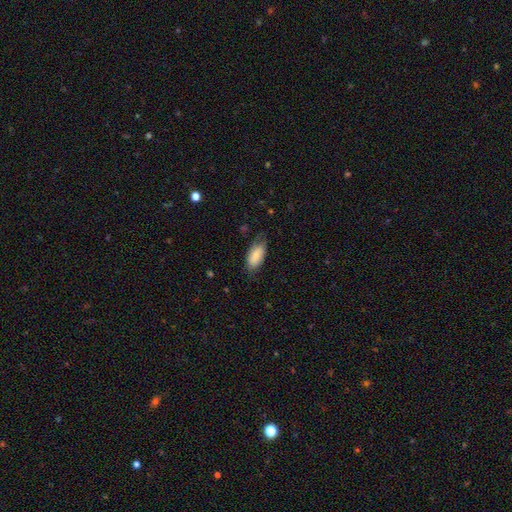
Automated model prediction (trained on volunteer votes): The model was most divided on "merging": none: 62%, minor disturbance: 29%, major disturbance: 8%, merger: 1%. More confident: how rounded — in between (92%); smooth or featured — smooth (80%).